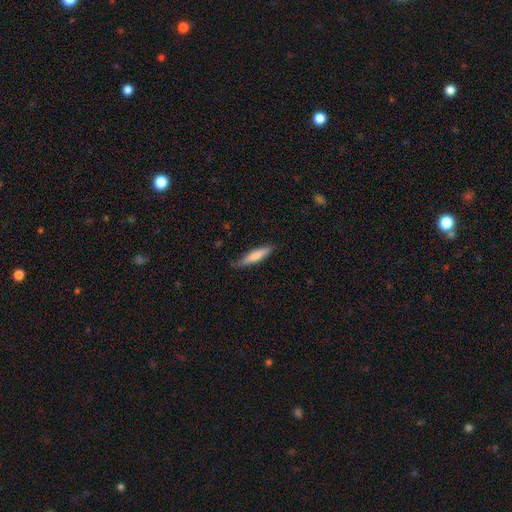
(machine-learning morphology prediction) Smooth or featured? smooth (72%)
How rounded? cigar-shaped (83%)
Merging? none (81%)